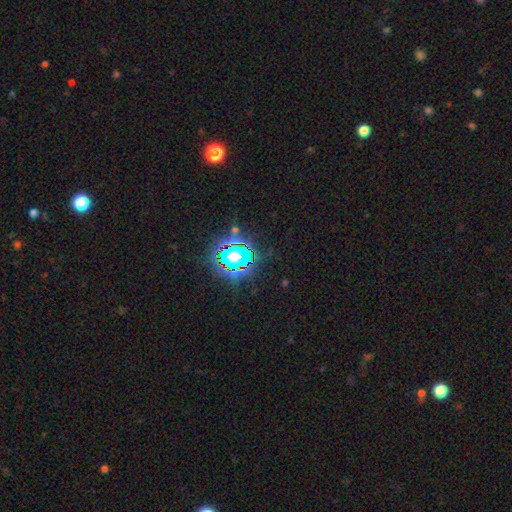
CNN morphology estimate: The model was most divided on "smooth or featured": star or artifact: 76%, smooth: 14%, featured or disk: 10%.